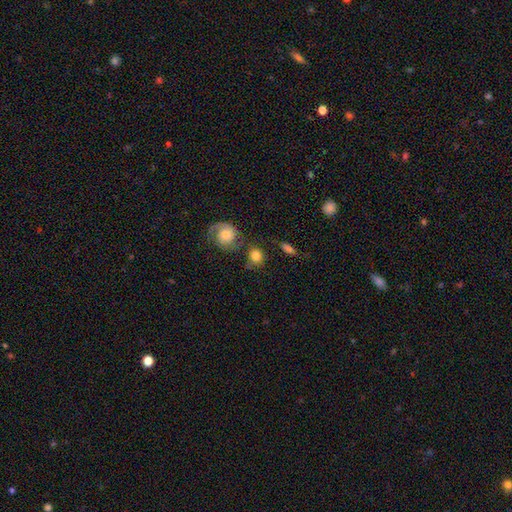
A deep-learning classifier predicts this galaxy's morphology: smooth-or-featured: smooth: 75% | featured or disk: 17% | star or artifact: 8%
  how-rounded: round: 76% | in between: 23% | cigar-shaped: 2%
  merging: none: 57% | merger: 18% | minor disturbance: 16% | major disturbance: 9%